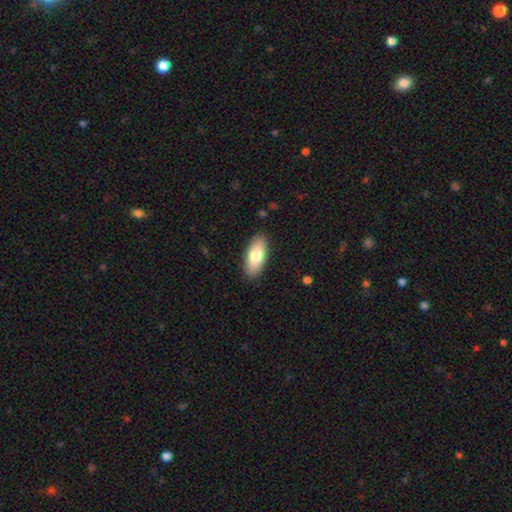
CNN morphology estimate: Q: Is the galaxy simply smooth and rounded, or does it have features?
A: smooth — 78%.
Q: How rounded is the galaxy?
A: in between — 86%.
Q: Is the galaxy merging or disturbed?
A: none — 88%.